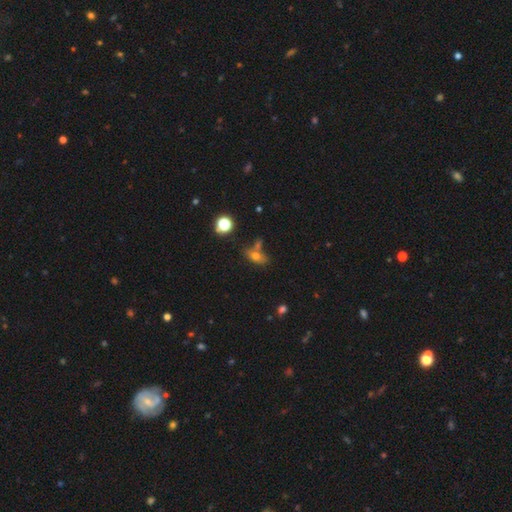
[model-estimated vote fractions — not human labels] A smooth galaxy with no disk features (63%) that is in between round and cigar-shaped (71%). Merging: none (52%).